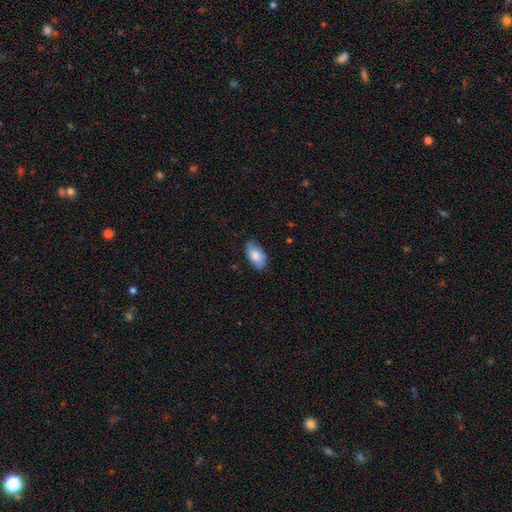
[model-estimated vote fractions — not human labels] A smooth galaxy with no disk features (76%) that is in between round and cigar-shaped (93%).

Vote fractions:
- Smooth or featured? smooth: 76% / featured or disk: 17% / star or artifact: 6%
- How rounded? in between: 93% / round: 4% / cigar-shaped: 3%
- Merging? none: 76% / minor disturbance: 20% / major disturbance: 3% / merger: 1%